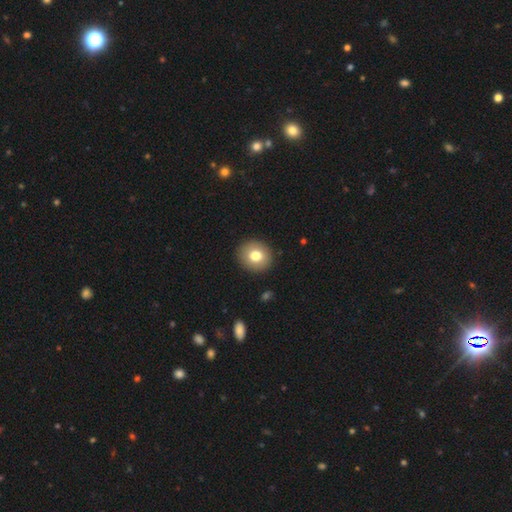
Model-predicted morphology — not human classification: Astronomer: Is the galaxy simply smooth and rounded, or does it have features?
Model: smooth — 77%.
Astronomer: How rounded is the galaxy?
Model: round — 85%.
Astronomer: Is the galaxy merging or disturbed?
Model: none — 91%.